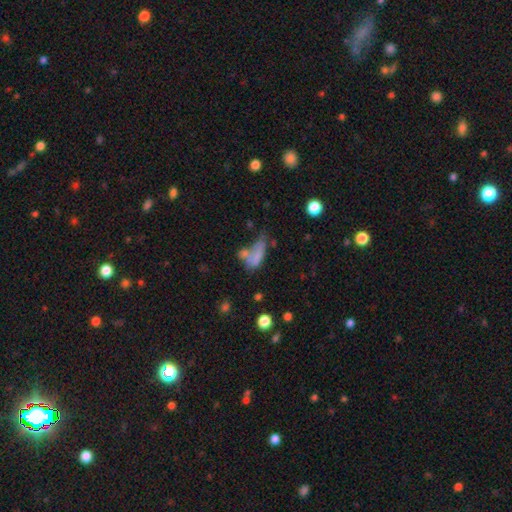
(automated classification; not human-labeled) A smooth galaxy with no disk features (60%) that is in between round and cigar-shaped (76%).

Vote fractions:
- Smooth or featured? smooth: 60% / featured or disk: 26% / star or artifact: 14%
- How rounded? in between: 76% / cigar-shaped: 16% / round: 8%
- Merging? merger: 35% / major disturbance: 29% / none: 20% / minor disturbance: 16%